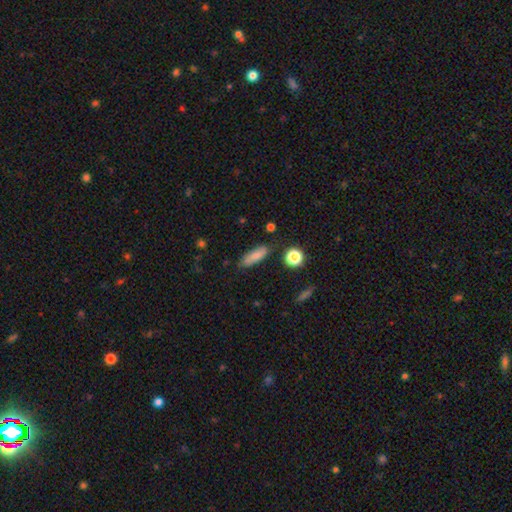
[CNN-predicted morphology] smooth-or-featured: smooth: 75% | featured or disk: 16% | star or artifact: 9%
  how-rounded: in between: 59% | cigar-shaped: 37% | round: 4%
  merging: none: 75% | minor disturbance: 18% | major disturbance: 4% | merger: 3%